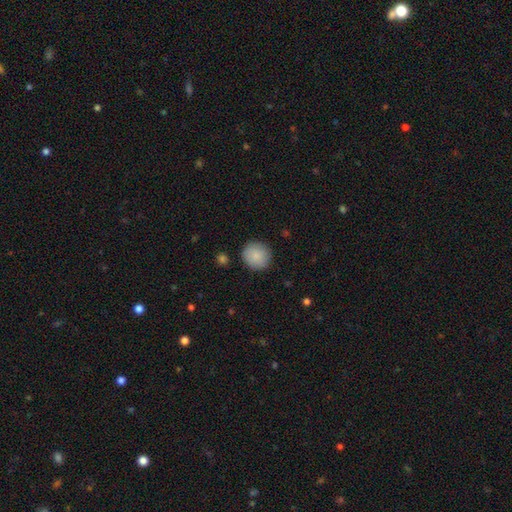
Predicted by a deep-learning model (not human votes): Q: Smooth or featured?
A: smooth (88%); runner-up: star or artifact (7%)
Q: How rounded?
A: round (92%); runner-up: in between (7%)
Q: Merging?
A: none (89%); runner-up: minor disturbance (8%)